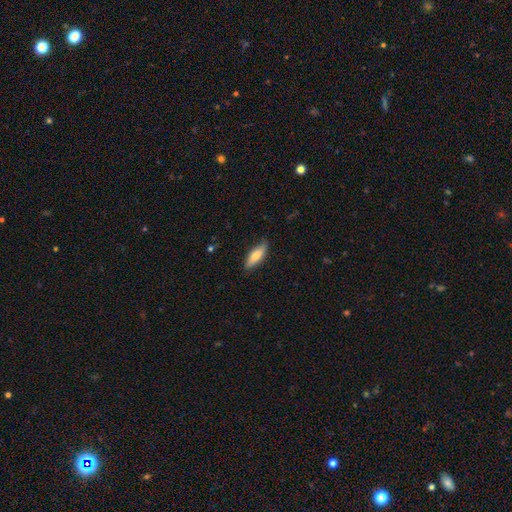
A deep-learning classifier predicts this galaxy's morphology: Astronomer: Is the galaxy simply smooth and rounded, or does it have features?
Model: smooth — 75%.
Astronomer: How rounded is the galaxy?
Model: in between — 61% (runner-up: cigar-shaped, 37%).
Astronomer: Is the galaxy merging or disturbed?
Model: none — 82%.